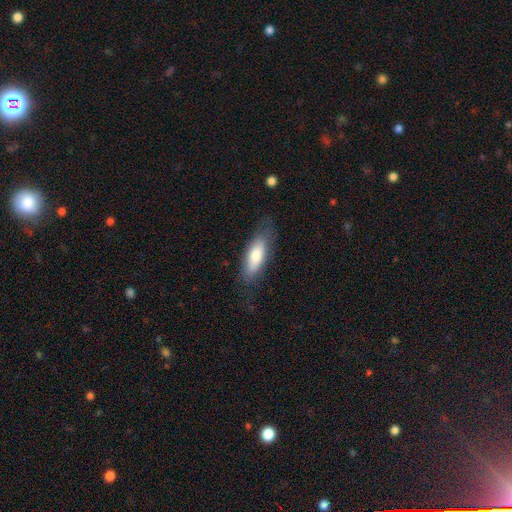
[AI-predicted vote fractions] Smooth or featured? smooth (73%)
How rounded? in between (63%)
Merging? none (73%)